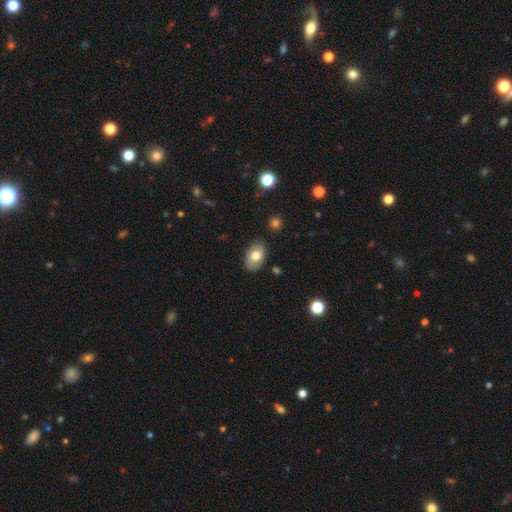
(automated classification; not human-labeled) Smooth or featured? Predicted: smooth (p=0.76). How rounded? Predicted: in between (p=0.88). Merging? Predicted: none (p=0.84).